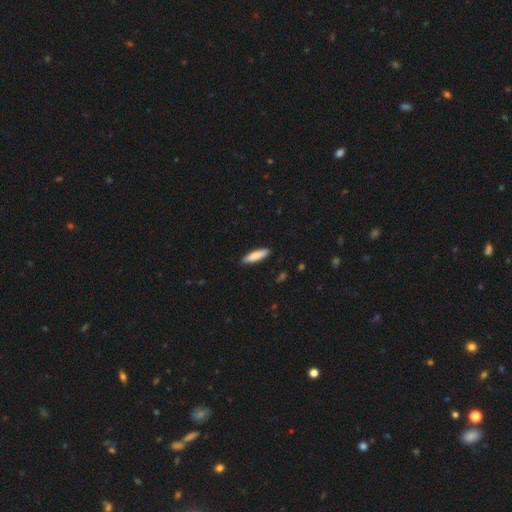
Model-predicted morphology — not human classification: A smooth galaxy with no disk features (84%) that is cigar-shaped (69%).

Vote fractions:
- Smooth or featured? smooth: 84% / featured or disk: 10% / star or artifact: 5%
- How rounded? cigar-shaped: 69% / in between: 30% / round: 1%
- Merging? none: 88% / minor disturbance: 9% / major disturbance: 2% / merger: 1%